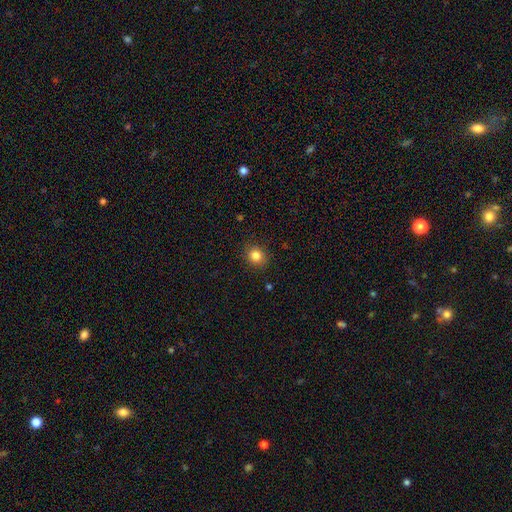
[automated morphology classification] smooth 83%, star or artifact 11%, featured or disk 5%. Down the decision tree: how rounded — round (83%); merging — none (89%).